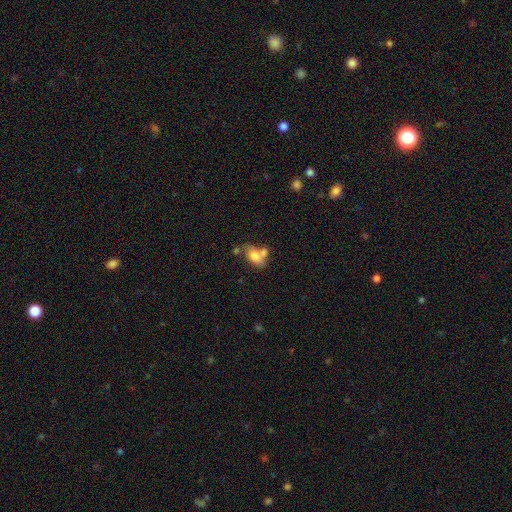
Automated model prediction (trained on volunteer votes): Overall: smooth (73%). How rounded: in between (85%). Merging: merger (41%; none 34%).